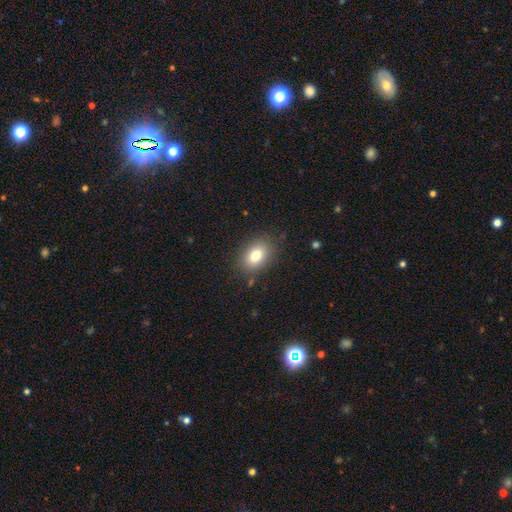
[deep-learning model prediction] smooth-or-featured: smooth: 79% | featured or disk: 11% | star or artifact: 10%
  how-rounded: in between: 75% | round: 23% | cigar-shaped: 1%
  merging: none: 84% | minor disturbance: 11% | major disturbance: 3% | merger: 2%